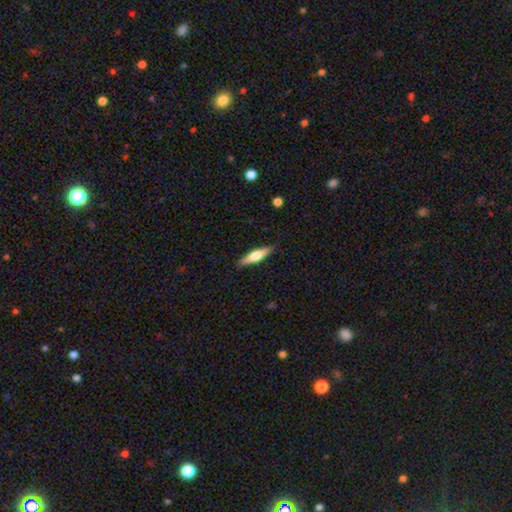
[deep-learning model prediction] Overall: featured or disk (49%; smooth 45%). Merging: none (89%).